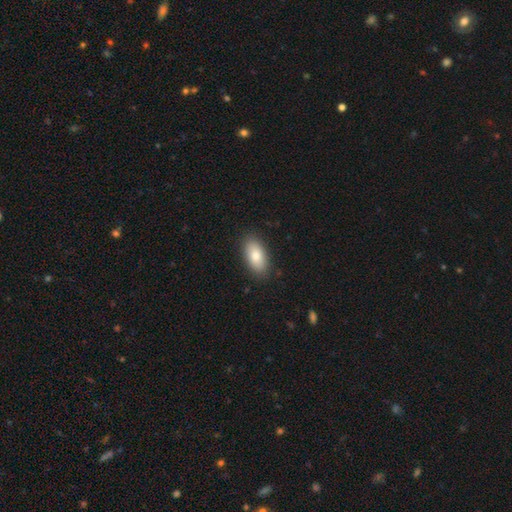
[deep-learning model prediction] Smooth or featured: smooth — 82% (featured or disk — 11%)
How rounded: in between — 91% (cigar-shaped — 5%)
Merging: none — 87% (minor disturbance — 10%)